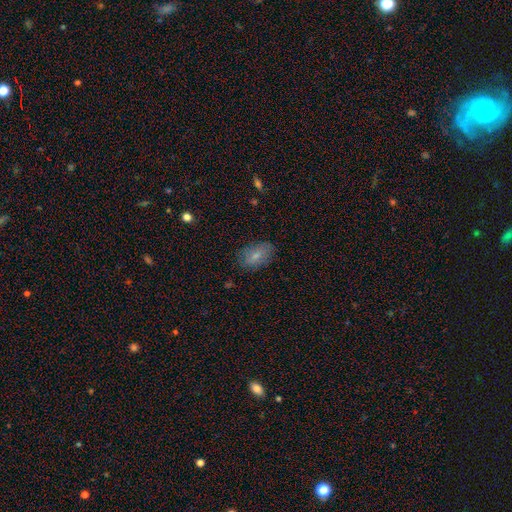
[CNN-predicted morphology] Smooth or featured?
  - smooth: 74% *
  - featured or disk: 18%
  - star or artifact: 8%
How rounded?
  - in between: 90% *
  - round: 7%
  - cigar-shaped: 3%
Merging?
  - none: 79% *
  - minor disturbance: 16%
  - major disturbance: 4%
  - merger: 1%